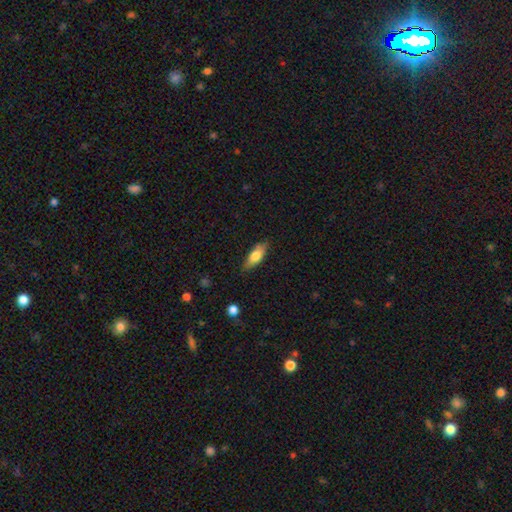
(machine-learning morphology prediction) This is likely a smooth galaxy (73%). How rounded: likely in between (69%). Merging: clearly none (82%).